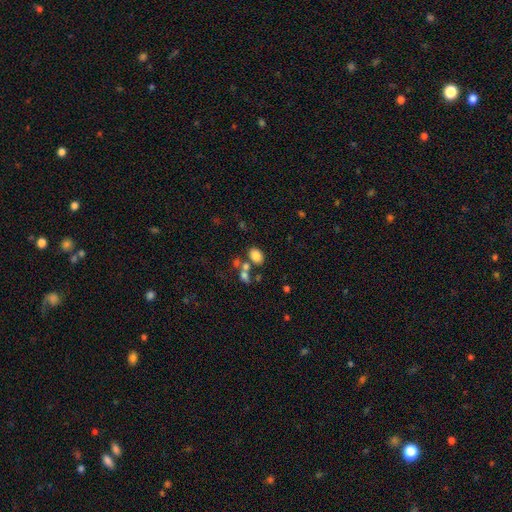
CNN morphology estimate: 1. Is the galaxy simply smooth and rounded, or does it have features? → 80% smooth, 11% star or artifact, 9% featured or disk.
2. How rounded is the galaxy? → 79% in between, 19% round, 1% cigar-shaped.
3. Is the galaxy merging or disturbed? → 60% none, 22% merger, 12% minor disturbance, 6% major disturbance.